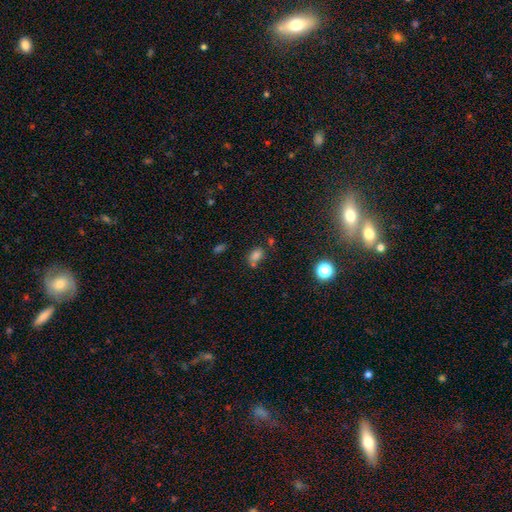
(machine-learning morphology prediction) type=smooth (75%); roundness=in between (75%); merging=none (51%).